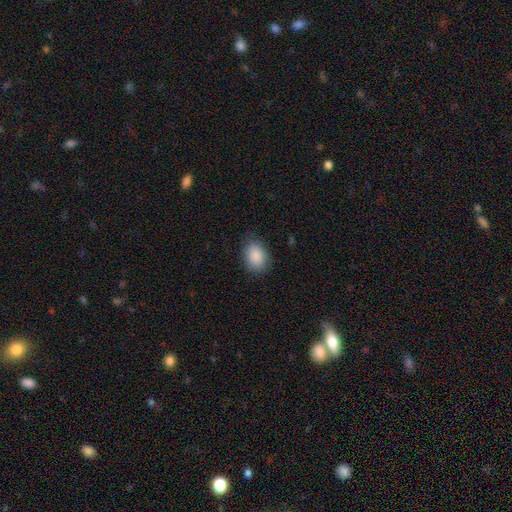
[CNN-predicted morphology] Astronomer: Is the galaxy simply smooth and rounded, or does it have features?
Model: smooth — 89%.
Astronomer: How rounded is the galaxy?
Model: in between — 76%.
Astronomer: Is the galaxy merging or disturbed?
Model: none — 82%.